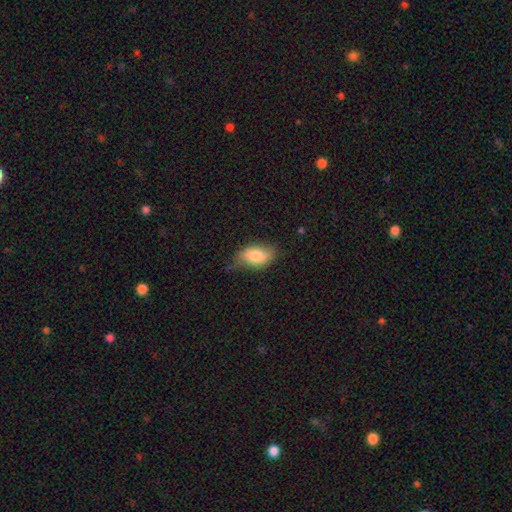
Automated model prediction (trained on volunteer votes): smooth_or_featured: smooth (p=0.79) [alt: featured or disk p=0.14]
how_rounded: in between (p=0.91) [alt: round p=0.06]
merging: none (p=0.54) [alt: minor disturbance p=0.35]